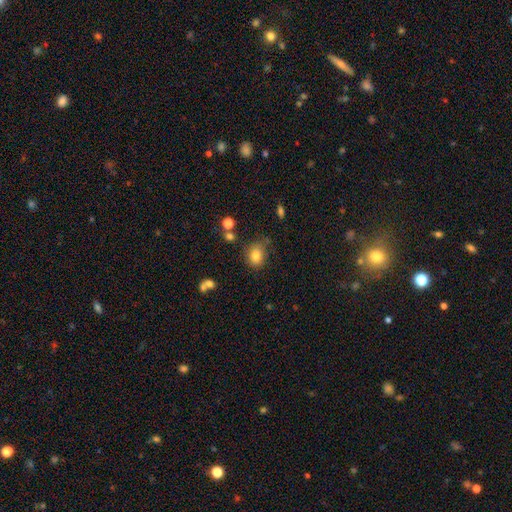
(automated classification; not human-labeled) This is likely a smooth galaxy (80%). How rounded: possibly round (51%). Merging: likely none (69%).